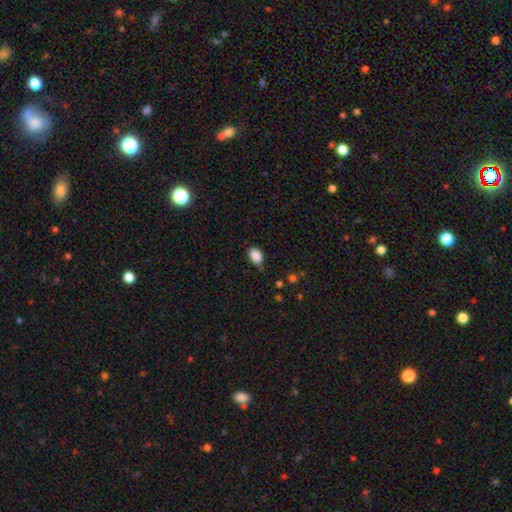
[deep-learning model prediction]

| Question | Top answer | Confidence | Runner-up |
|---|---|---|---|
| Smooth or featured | smooth | 87% | star or artifact (9%) |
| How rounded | in between | 86% | round (13%) |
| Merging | none | 65% | minor disturbance (29%) |